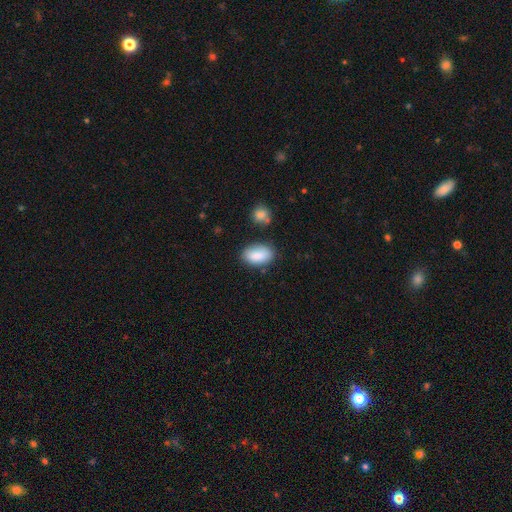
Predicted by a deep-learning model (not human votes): Overall: smooth (88%). How rounded: in between (92%). Merging: none (76%).